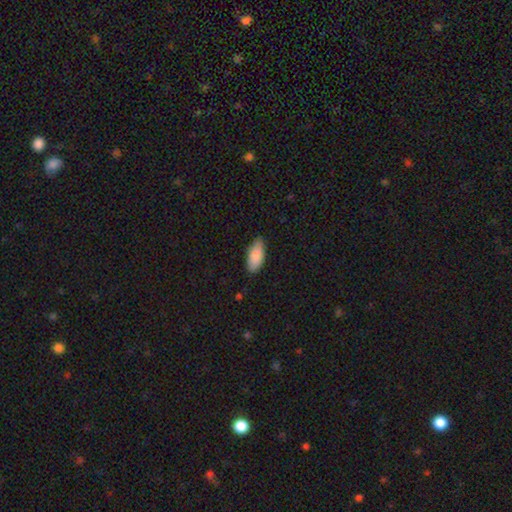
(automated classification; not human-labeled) Smooth or featured? Predicted: smooth (p=0.86). How rounded? Predicted: in between (p=0.88). Merging? Predicted: none (p=0.79).